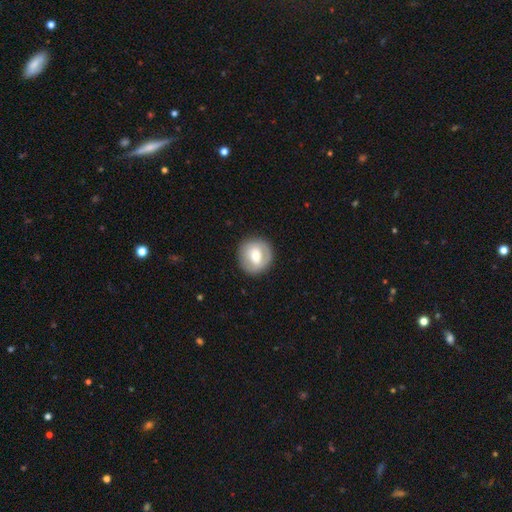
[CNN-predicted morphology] smooth_or_featured: smooth (p=0.52) [alt: featured or disk p=0.41]
how_rounded: round (p=0.89) [alt: in between p=0.10]
merging: none (p=0.86) [alt: minor disturbance p=0.09]